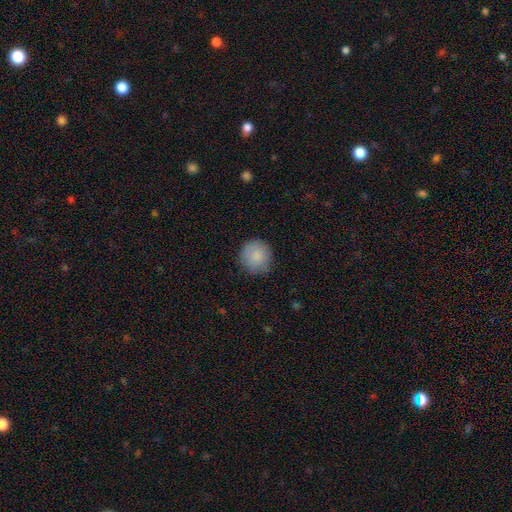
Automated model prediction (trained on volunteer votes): This appears to be a smooth galaxy with no disk features (87%) that is round (92%). Merging: none (84%).